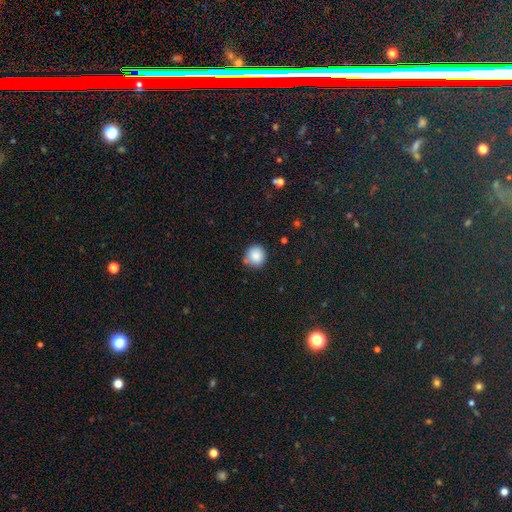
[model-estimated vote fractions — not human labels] This appears to be a smooth galaxy with no disk features (86%) that is round (92%). Merging: none (80%).